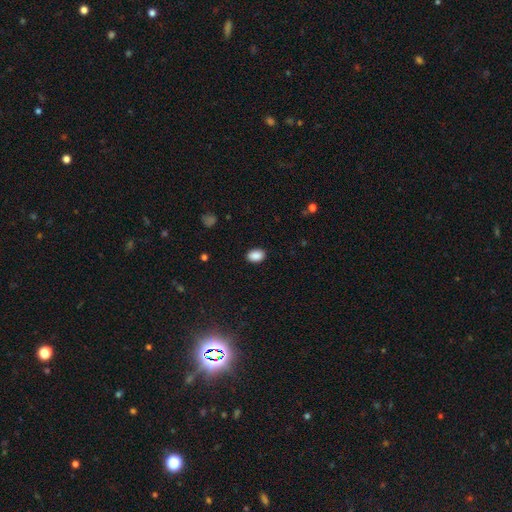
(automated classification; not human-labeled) smooth-or-featured: smooth: 89% | star or artifact: 8% | featured or disk: 3%
  how-rounded: in between: 80% | round: 19% | cigar-shaped: 1%
  merging: none: 88% | minor disturbance: 9% | major disturbance: 2% | merger: 1%